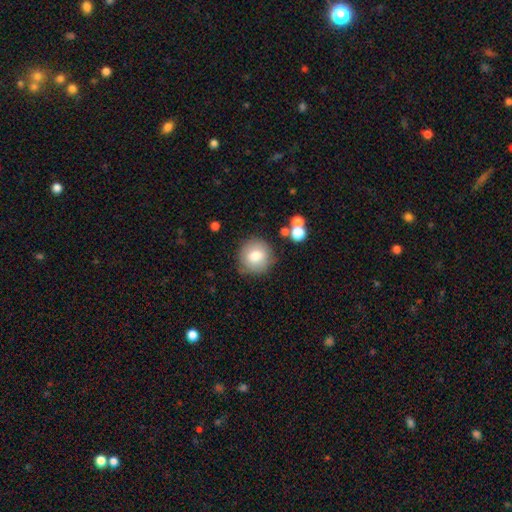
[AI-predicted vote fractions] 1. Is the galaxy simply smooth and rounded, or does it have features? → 79% smooth, 13% featured or disk, 8% star or artifact.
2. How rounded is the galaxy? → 92% round, 7% in between, 1% cigar-shaped.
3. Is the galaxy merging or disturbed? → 78% none, 13% minor disturbance, 4% major disturbance, 4% merger.